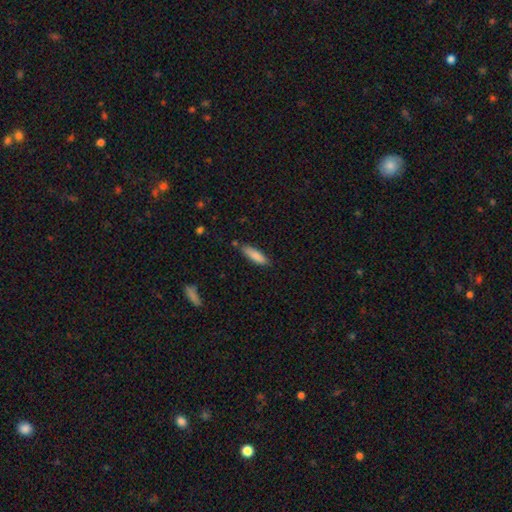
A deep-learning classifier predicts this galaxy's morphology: smooth-or-featured: smooth: 83% | featured or disk: 10% | star or artifact: 7%
  how-rounded: cigar-shaped: 66% | in between: 32% | round: 1%
  merging: none: 77% | minor disturbance: 16% | merger: 4% | major disturbance: 3%